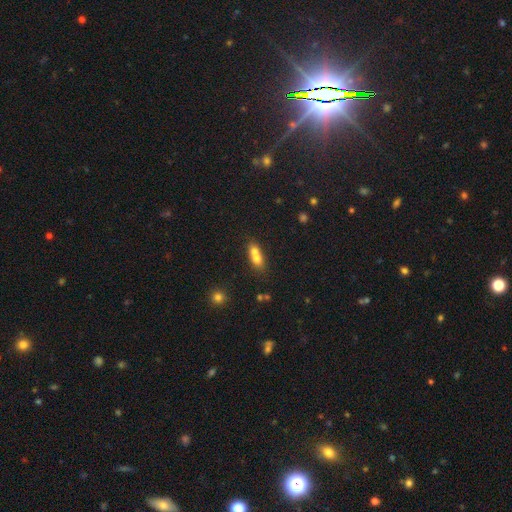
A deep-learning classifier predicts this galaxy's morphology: type=smooth (69%); roundness=in between (66%); merging=merger (62%).